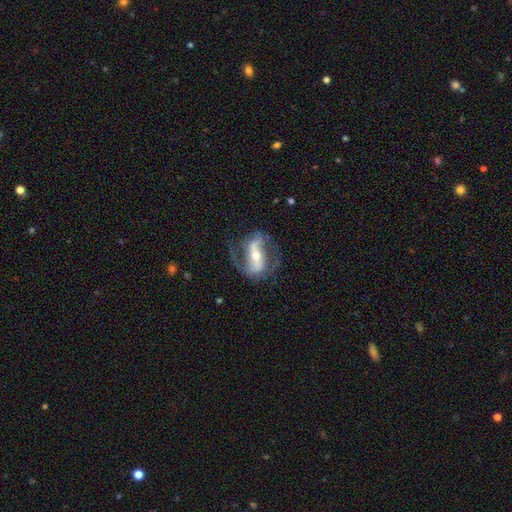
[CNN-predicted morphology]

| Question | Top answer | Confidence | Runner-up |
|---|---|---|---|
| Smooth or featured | featured or disk | 86% | smooth (8%) |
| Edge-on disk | no | 94% | yes (6%) |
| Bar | strong | 59% | weak (25%) |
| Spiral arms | yes | 93% | no (7%) |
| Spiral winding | loose | 46% | medium (40%) |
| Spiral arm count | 2 | 88% | 1 (5%) |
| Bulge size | moderate | 53% | small (41%) |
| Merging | none | 69% | minor disturbance (16%) |